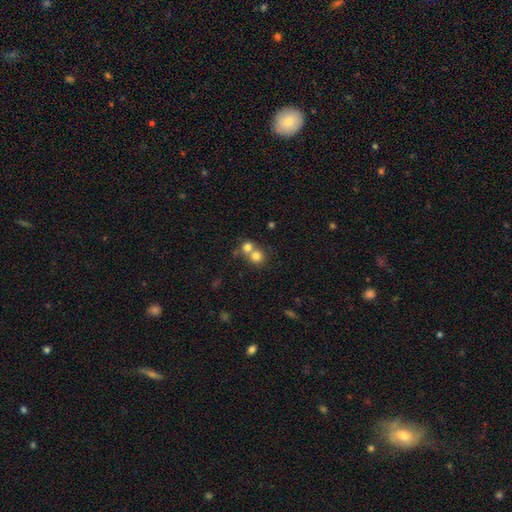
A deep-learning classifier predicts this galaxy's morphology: Overall: smooth (77%). How rounded: round (86%). Merging: merger (54%; none 39%).